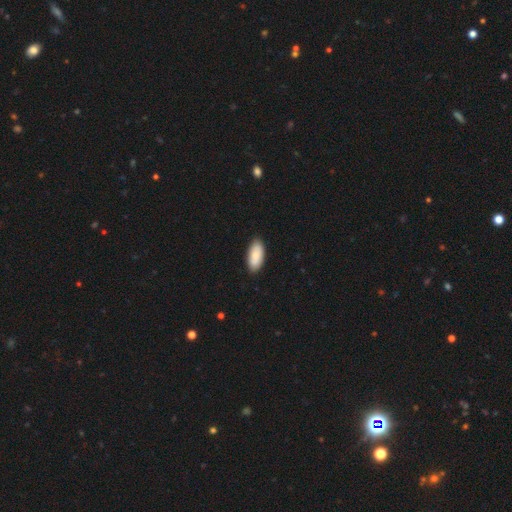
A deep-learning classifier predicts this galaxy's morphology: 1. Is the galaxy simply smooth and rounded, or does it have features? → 88% smooth, 7% featured or disk, 5% star or artifact.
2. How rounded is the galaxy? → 92% in between, 7% cigar-shaped, 2% round.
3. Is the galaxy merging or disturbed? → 89% none, 8% minor disturbance, 2% major disturbance, 1% merger.